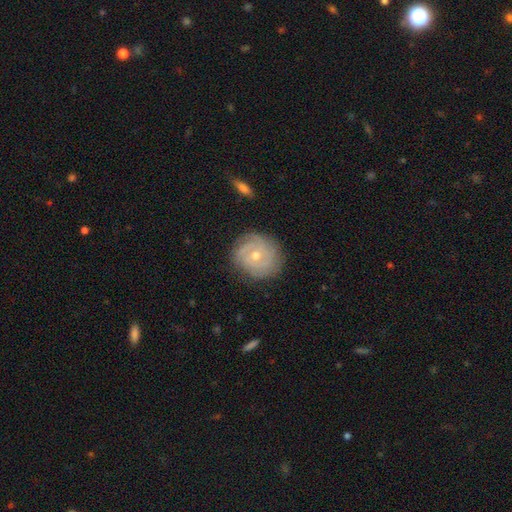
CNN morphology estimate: type=featured or disk (80%); edge-on=no (97%); bar=no (74%); spiral arms=yes (94%); winding=tight (77%); arm count=3 (29%); bulge=moderate (49%); merging=none (82%).